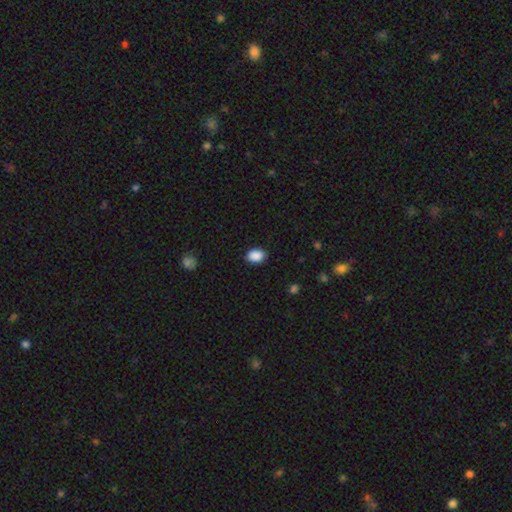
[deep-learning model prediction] The model was most divided on "how rounded": in between: 79%, round: 20%, cigar-shaped: 1%. More confident: smooth or featured — smooth (90%); merging — none (88%).